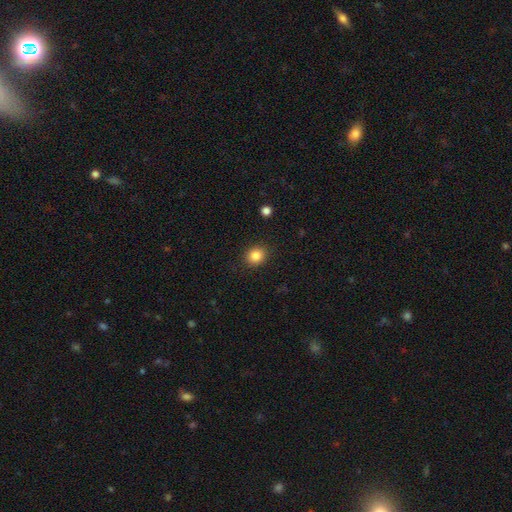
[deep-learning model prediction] Smooth or featured? smooth (85%)
How rounded? round (71%)
Merging? none (88%)